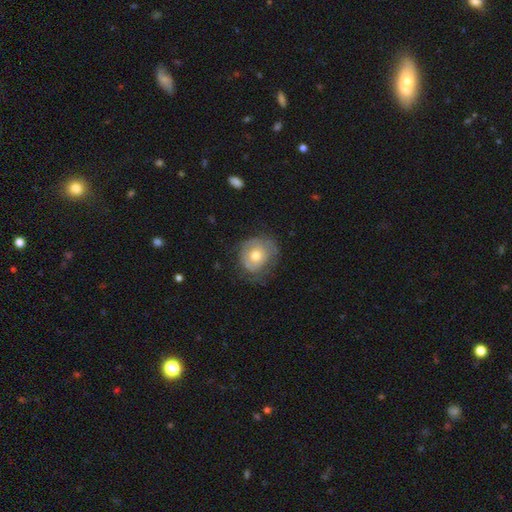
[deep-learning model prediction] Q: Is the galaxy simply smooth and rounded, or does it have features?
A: smooth — 49%.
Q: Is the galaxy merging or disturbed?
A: none — 56%.